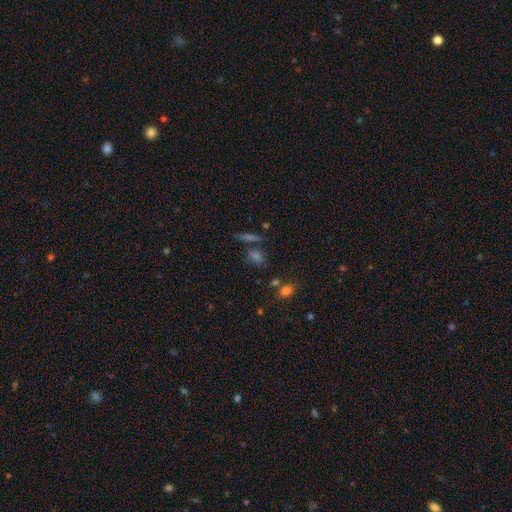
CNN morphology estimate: smooth 51%, star or artifact 32%, featured or disk 17%. Down the decision tree: how rounded — in between (53%); merging — none (64%).